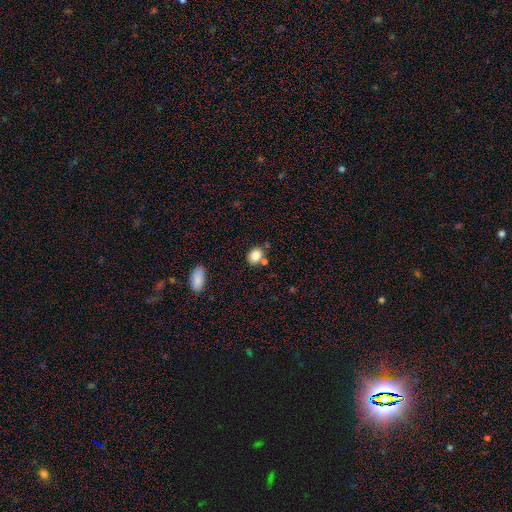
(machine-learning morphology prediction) smooth_or_featured: smooth (p=0.83) [alt: star or artifact p=0.10]
how_rounded: round (p=0.57) [alt: in between p=0.42]
merging: none (p=0.67) [alt: merger p=0.16]